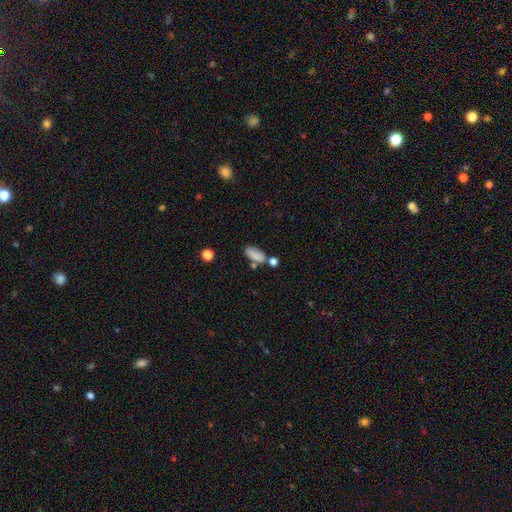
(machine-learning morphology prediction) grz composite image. It shows a smooth galaxy with no disk features (83%) that is in between round and cigar-shaped (83%). Merging: none (54%).